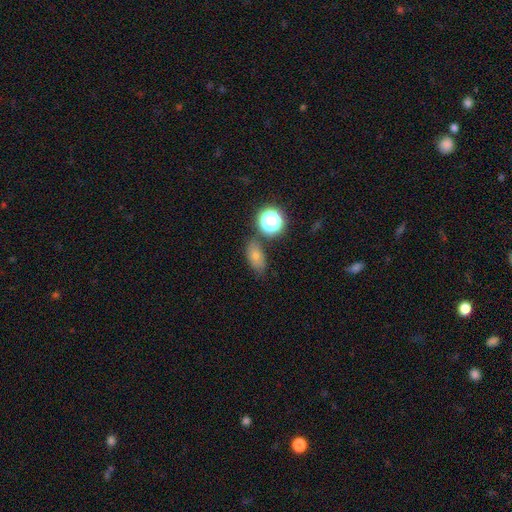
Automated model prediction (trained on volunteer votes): Morphology: type=smooth (52%); roundness=in between (72%); merging=none (77%).